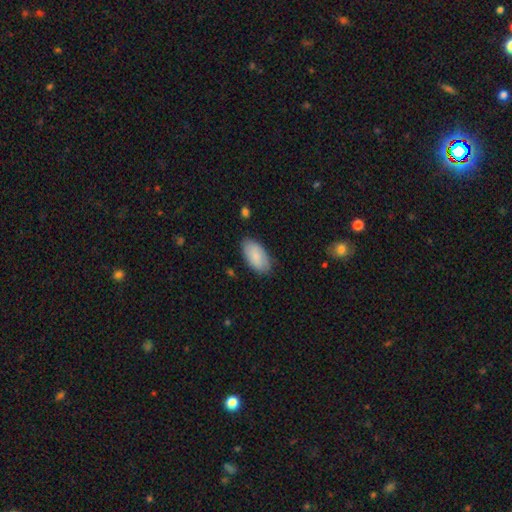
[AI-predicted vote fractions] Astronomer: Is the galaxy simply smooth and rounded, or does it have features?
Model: smooth — 85%.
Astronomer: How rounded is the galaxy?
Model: in between — 95%.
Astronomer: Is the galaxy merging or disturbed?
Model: none — 82%.